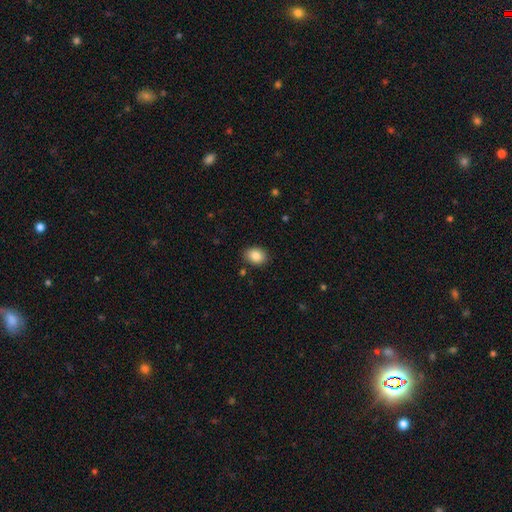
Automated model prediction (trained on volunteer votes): Smooth or featured?
  - smooth: 86% *
  - star or artifact: 8%
  - featured or disk: 6%
How rounded?
  - in between: 57% *
  - round: 42%
  - cigar-shaped: 1%
Merging?
  - none: 88% *
  - minor disturbance: 9%
  - major disturbance: 2%
  - merger: 2%